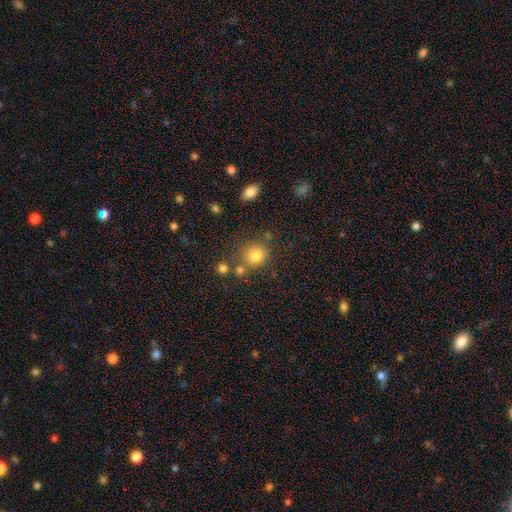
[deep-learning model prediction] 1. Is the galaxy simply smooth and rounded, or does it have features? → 80% smooth, 13% star or artifact, 7% featured or disk.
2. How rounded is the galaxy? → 85% round, 14% in between, 1% cigar-shaped.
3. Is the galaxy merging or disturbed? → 69% none, 13% merger, 13% minor disturbance, 5% major disturbance.